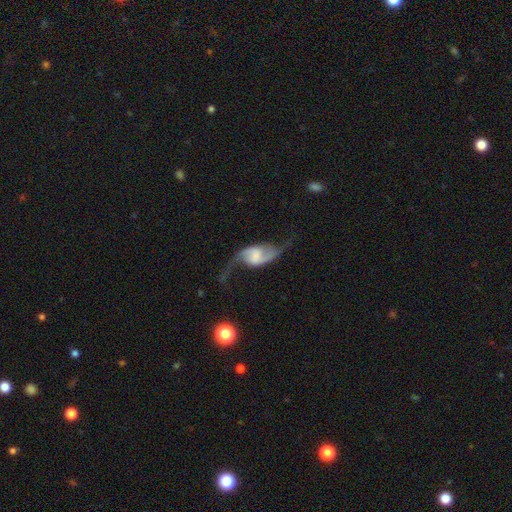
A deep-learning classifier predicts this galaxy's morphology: Smooth or featured?
  - featured or disk: 81% *
  - smooth: 13%
  - star or artifact: 6%
Edge-on disk?
  - no: 96% *
  - yes: 4%
Bar?
  - weak: 44% *
  - no: 35%
  - strong: 22%
Spiral arms?
  - yes: 95% *
  - no: 5%
Spiral winding?
  - loose: 82% *
  - medium: 15%
  - tight: 4%
Spiral arm count?
  - 2: 92% *
  - 1: 3%
  - can't tell: 2%
  - 3: 1%
  - 4: 1%
  - more than 4: 1%
Bulge size?
  - none: 45% *
  - small: 21%
  - moderate: 17%
  - large: 13%
  - dominant: 5%
Merging?
  - none: 57% *
  - major disturbance: 21%
  - minor disturbance: 19%
  - merger: 3%